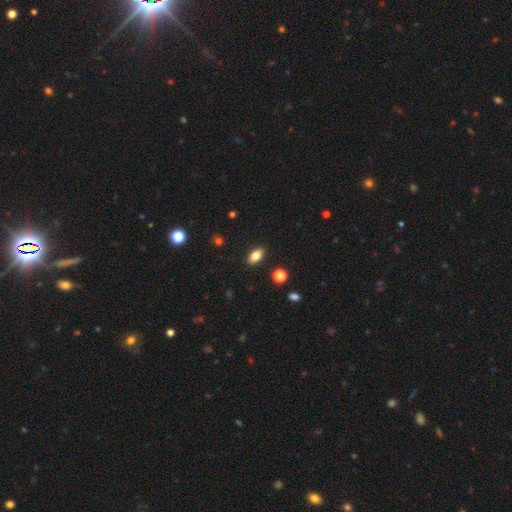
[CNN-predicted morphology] smooth_or_featured: smooth (p=0.77) [alt: featured or disk p=0.14]
how_rounded: in between (p=0.87) [alt: cigar-shaped p=0.07]
merging: none (p=0.89) [alt: minor disturbance p=0.08]